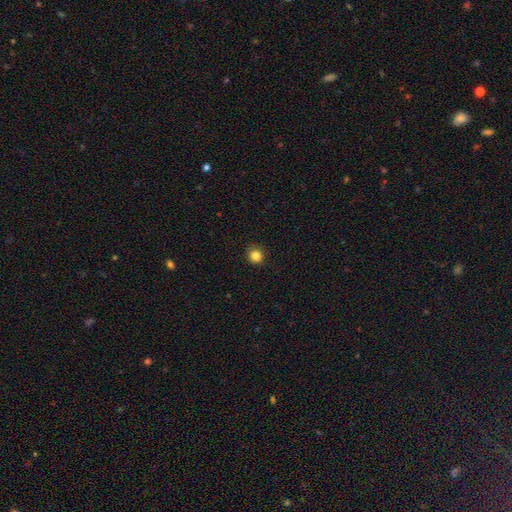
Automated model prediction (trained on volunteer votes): smooth 84%, star or artifact 12%, featured or disk 4%. Down the decision tree: how rounded — round (91%); merging — none (91%).